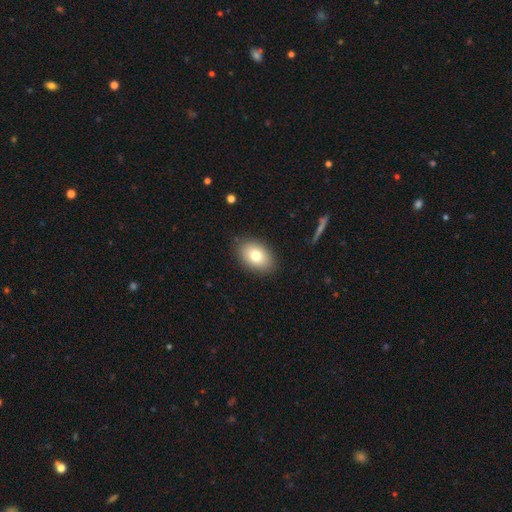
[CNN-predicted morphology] Q: Smooth or featured?
A: smooth (78%); runner-up: featured or disk (14%)
Q: How rounded?
A: in between (84%); runner-up: round (15%)
Q: Merging?
A: none (86%); runner-up: minor disturbance (10%)